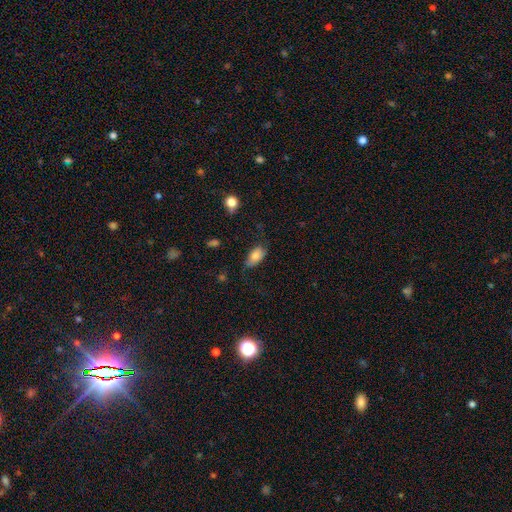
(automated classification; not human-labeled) Morphology: type=smooth (80%); roundness=in between (91%); merging=none (57%).